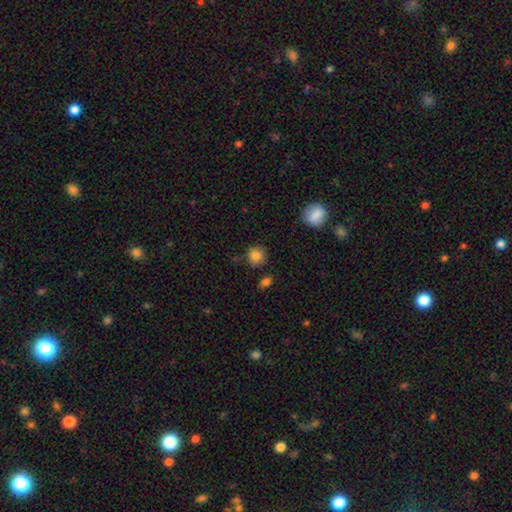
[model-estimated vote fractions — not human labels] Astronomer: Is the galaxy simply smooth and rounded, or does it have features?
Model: smooth — 85%.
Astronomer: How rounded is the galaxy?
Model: round — 90%.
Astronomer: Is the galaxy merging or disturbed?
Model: none — 84%.